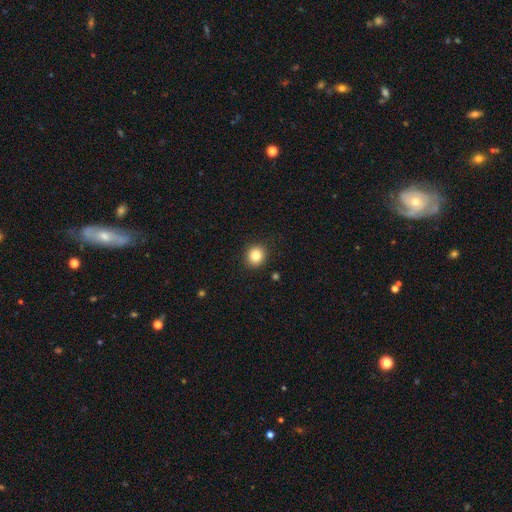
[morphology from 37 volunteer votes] smooth 92%, star or artifact 5%, featured or disk 3%. Down the decision tree: how rounded — round (91%); merging — none (91%).